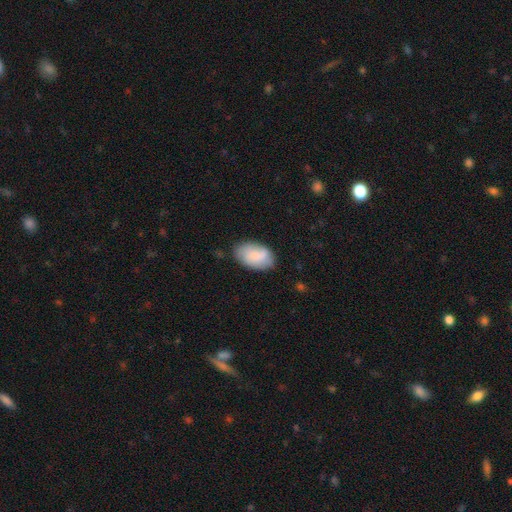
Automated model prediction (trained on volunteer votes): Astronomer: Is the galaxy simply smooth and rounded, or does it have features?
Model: smooth — 73%.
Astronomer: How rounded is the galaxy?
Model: in between — 93%.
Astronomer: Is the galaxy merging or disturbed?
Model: none — 73%.